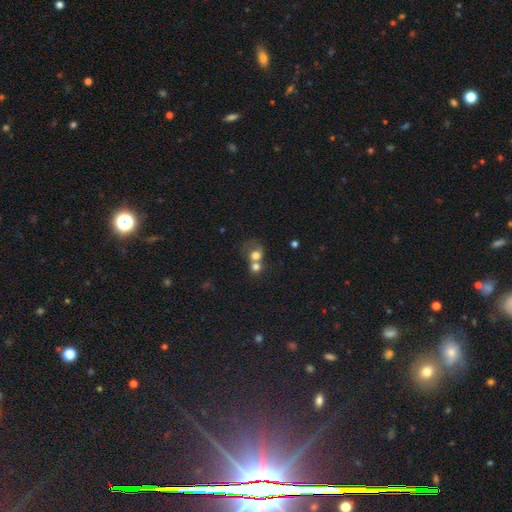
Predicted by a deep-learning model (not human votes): Smooth or featured? smooth (68%)
How rounded? round (68%)
Merging? merger (66%)